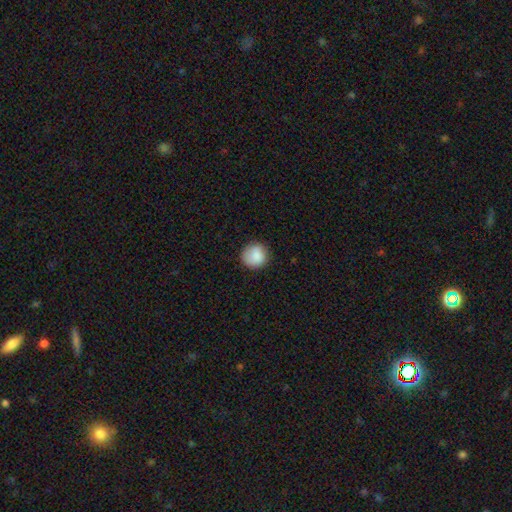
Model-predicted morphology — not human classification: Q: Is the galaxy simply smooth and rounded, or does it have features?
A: smooth — 87%.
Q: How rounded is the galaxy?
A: round — 90%.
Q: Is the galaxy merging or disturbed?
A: none — 82%.